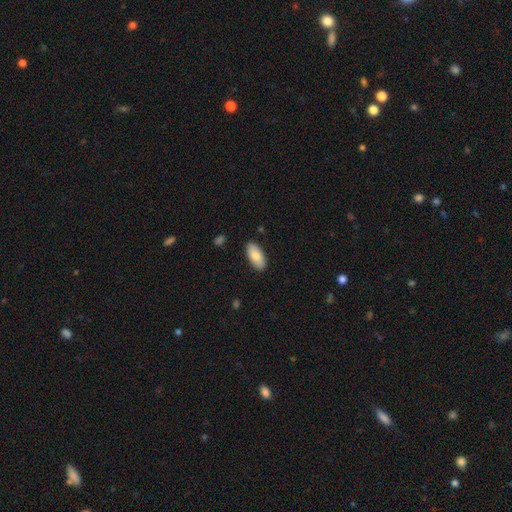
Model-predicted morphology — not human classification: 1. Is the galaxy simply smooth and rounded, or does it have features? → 79% smooth, 15% featured or disk, 6% star or artifact.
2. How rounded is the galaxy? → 90% in between, 8% cigar-shaped, 2% round.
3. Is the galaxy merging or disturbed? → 88% none, 9% minor disturbance, 2% major disturbance, 1% merger.